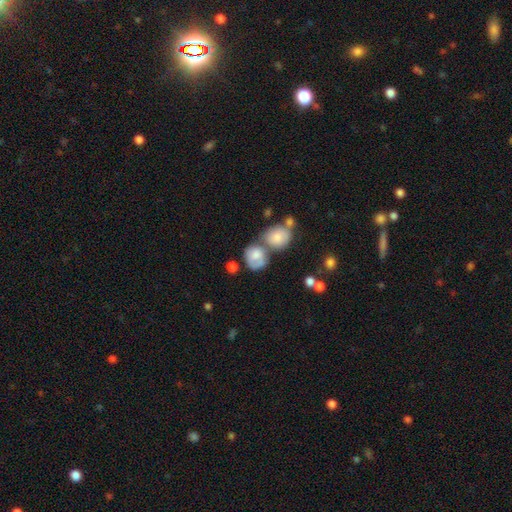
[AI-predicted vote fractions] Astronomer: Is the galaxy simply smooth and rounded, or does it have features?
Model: smooth — 74%.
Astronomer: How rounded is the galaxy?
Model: round — 63%.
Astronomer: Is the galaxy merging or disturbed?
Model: merger — 46% (runner-up: none, 30%).